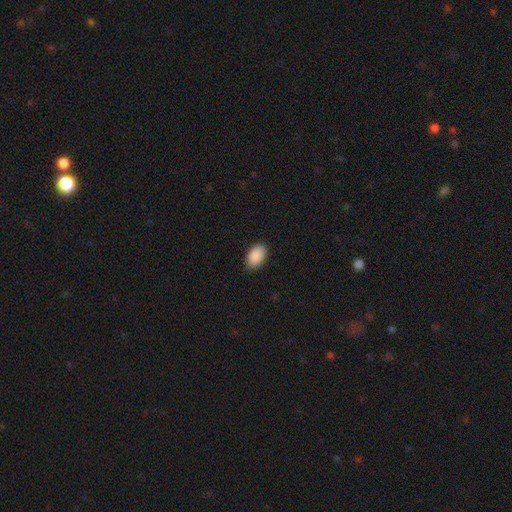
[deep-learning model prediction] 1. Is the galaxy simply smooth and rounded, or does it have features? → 90% smooth, 7% star or artifact, 3% featured or disk.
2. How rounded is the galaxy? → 92% in between, 7% round, 1% cigar-shaped.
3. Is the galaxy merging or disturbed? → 86% none, 11% minor disturbance, 2% major disturbance, 1% merger.